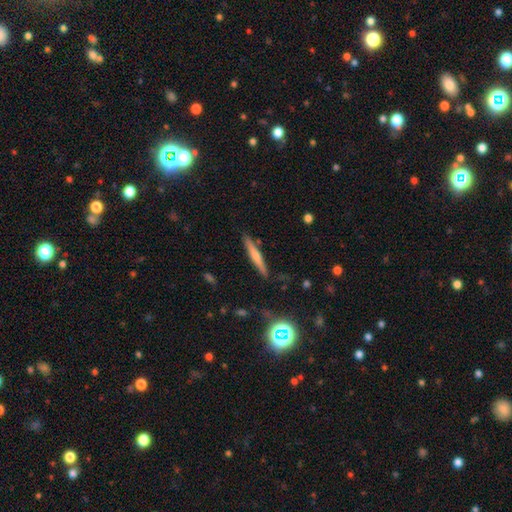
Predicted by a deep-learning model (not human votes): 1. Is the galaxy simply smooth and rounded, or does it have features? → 47% smooth, 46% featured or disk, 7% star or artifact.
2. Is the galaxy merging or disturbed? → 86% none, 9% minor disturbance, 2% merger, 2% major disturbance.